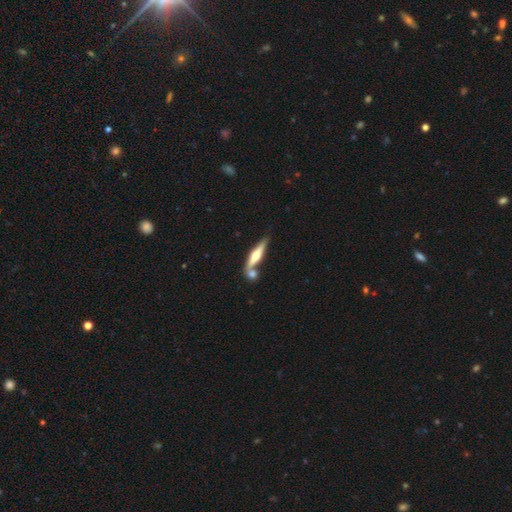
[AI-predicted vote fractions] Q: Smooth or featured?
A: featured or disk (58%); runner-up: smooth (37%)
Q: Edge-on disk?
A: yes (94%); runner-up: no (6%)
Q: Edge-on bulge?
A: rounded (89%); runner-up: boxy (6%)
Q: Merging?
A: none (57%); runner-up: merger (28%)